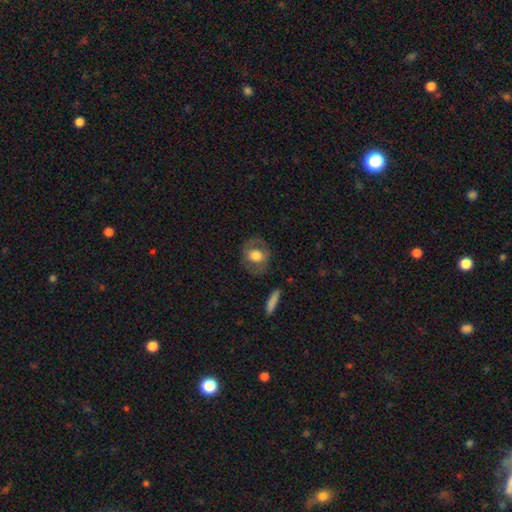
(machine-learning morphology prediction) A smooth galaxy with no disk features (55%) that is round (63%).

Vote fractions:
- Smooth or featured? smooth: 55% / featured or disk: 38% / star or artifact: 7%
- How rounded? round: 63% / in between: 35% / cigar-shaped: 2%
- Merging? none: 77% / minor disturbance: 14% / major disturbance: 7% / merger: 2%